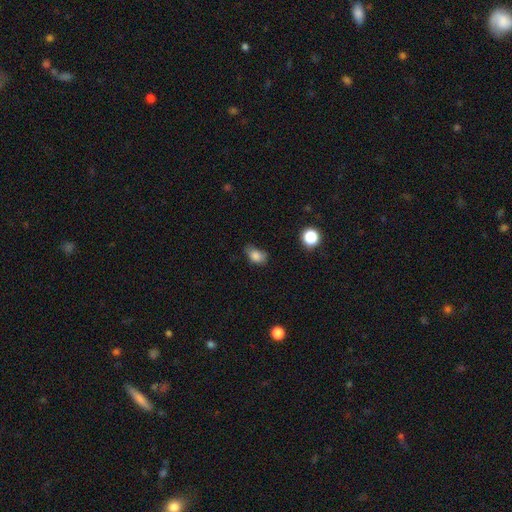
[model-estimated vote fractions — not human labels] A smooth galaxy with no disk features (81%) that is in between round and cigar-shaped (78%). Merging: none (48%).